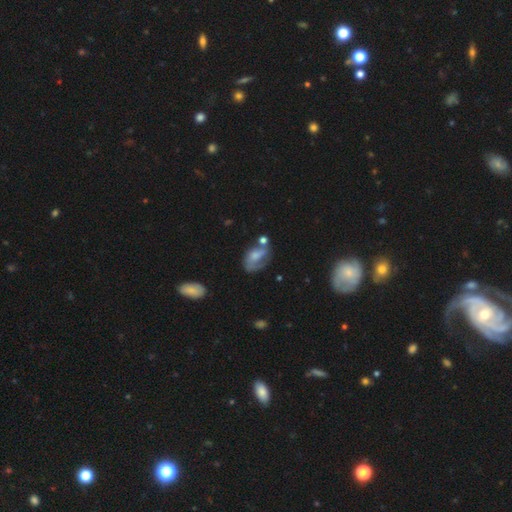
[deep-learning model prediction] Smooth or featured: featured or disk — 52% (smooth — 39%)
Edge-on disk: no — 96% (yes — 4%)
Merging: none — 36% (major disturbance — 26%)